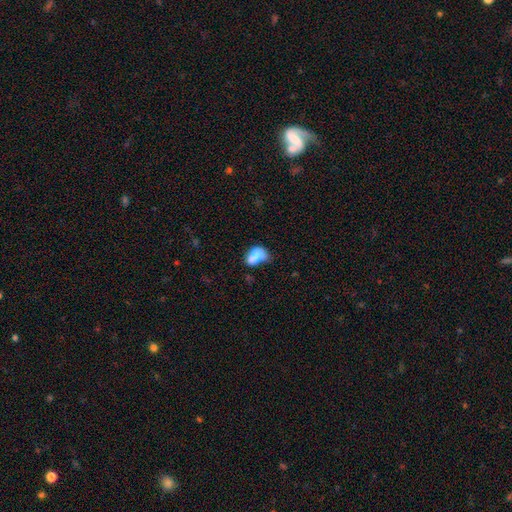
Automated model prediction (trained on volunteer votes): Smooth or featured?
  - smooth: 68% *
  - featured or disk: 22%
  - star or artifact: 10%
How rounded?
  - in between: 85% *
  - round: 11%
  - cigar-shaped: 4%
Merging?
  - none: 28% *
  - merger: 27%
  - minor disturbance: 26%
  - major disturbance: 19%